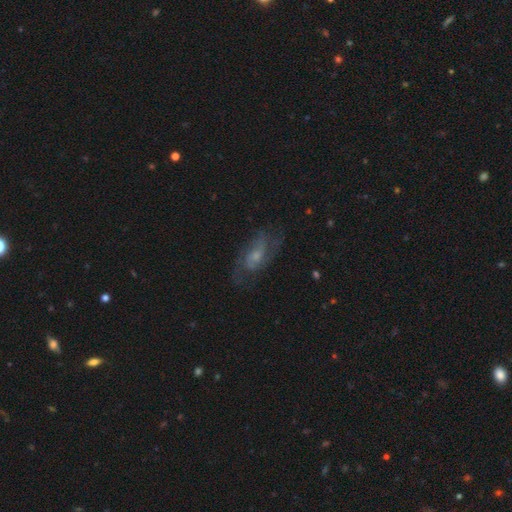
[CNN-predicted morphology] Smooth or featured: featured or disk — 74% (smooth — 17%)
Edge-on disk: no — 94% (yes — 6%)
Bar: no — 56% (weak — 37%)
Spiral arms: yes — 91% (no — 9%)
Spiral winding: medium — 50% (loose — 25%)
Spiral arm count: 2 — 67% (can't tell — 18%)
Bulge size: small — 50% (moderate — 37%)
Merging: none — 68% (minor disturbance — 18%)